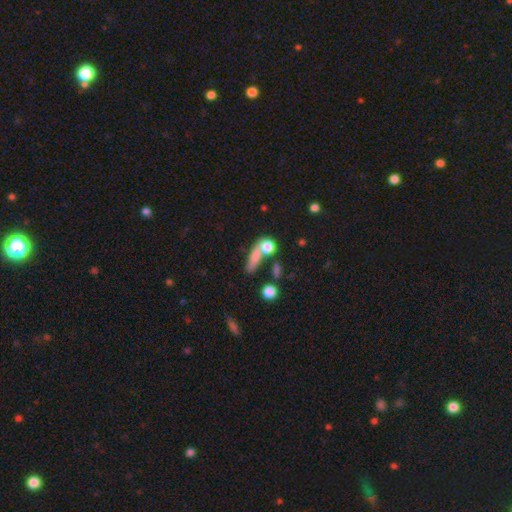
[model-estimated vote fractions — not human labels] A smooth galaxy with no disk features (71%) that is cigar-shaped (37%). Merging: none (42%).